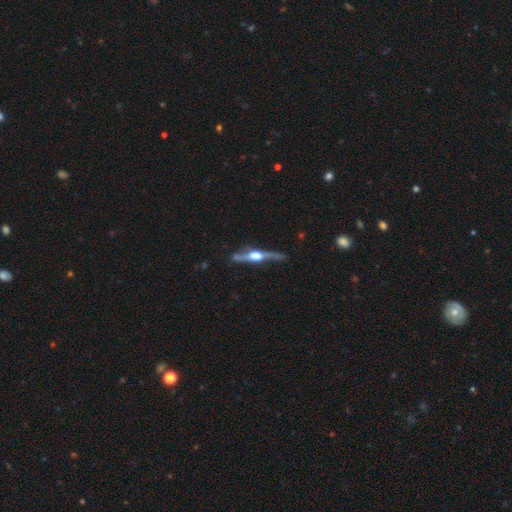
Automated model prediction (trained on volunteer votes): Smooth or featured: featured or disk — 83% (smooth — 12%)
Edge-on disk: yes — 90% (no — 10%)
Edge-on bulge: rounded — 90% (boxy — 8%)
Merging: none — 73% (minor disturbance — 18%)